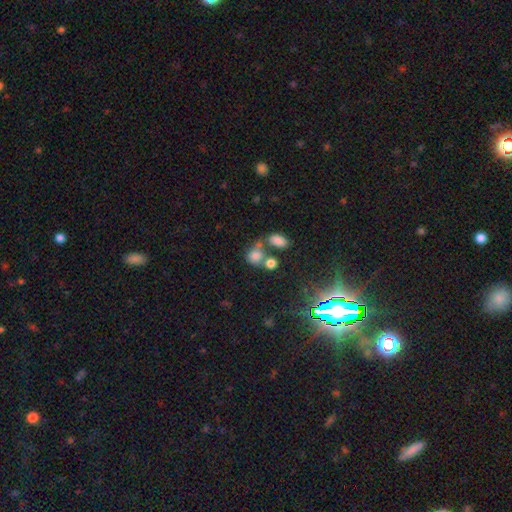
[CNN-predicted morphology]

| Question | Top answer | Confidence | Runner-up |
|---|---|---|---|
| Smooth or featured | smooth | 75% | star or artifact (15%) |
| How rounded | round | 61% | in between (37%) |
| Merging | none | 41% | merger (39%) |